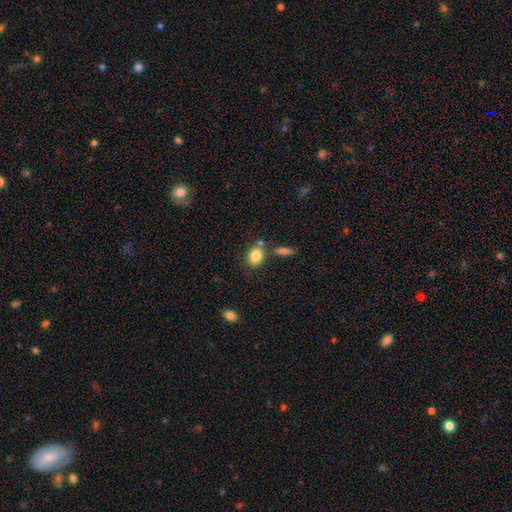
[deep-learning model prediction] The model was most divided on "how rounded": in between: 57%, round: 41%, cigar-shaped: 2%. More confident: smooth or featured — smooth (83%); merging — none (64%).